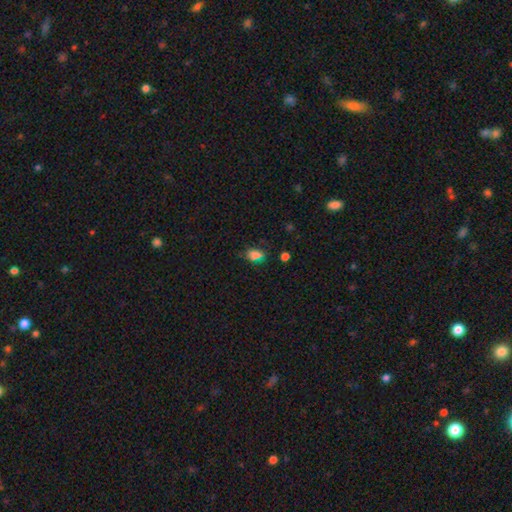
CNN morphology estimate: Overall: smooth (70%). How rounded: in between (72%). Merging: none (71%).